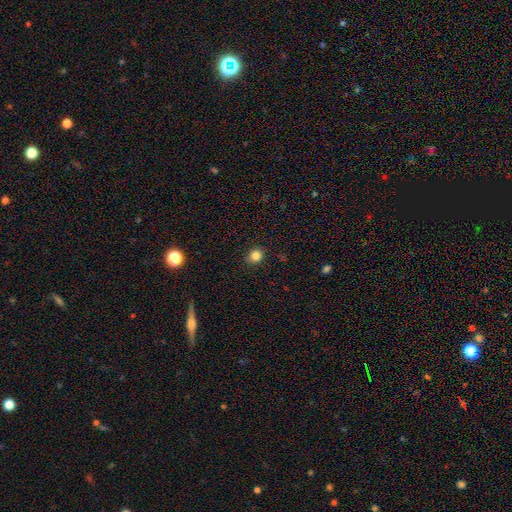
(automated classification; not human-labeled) A smooth galaxy with no disk features (83%) that is round (78%).

Vote fractions:
- Smooth or featured? smooth: 83% / star or artifact: 12% / featured or disk: 5%
- How rounded? round: 78% / in between: 21% / cigar-shaped: 1%
- Merging? none: 87% / minor disturbance: 10% / major disturbance: 2% / merger: 1%